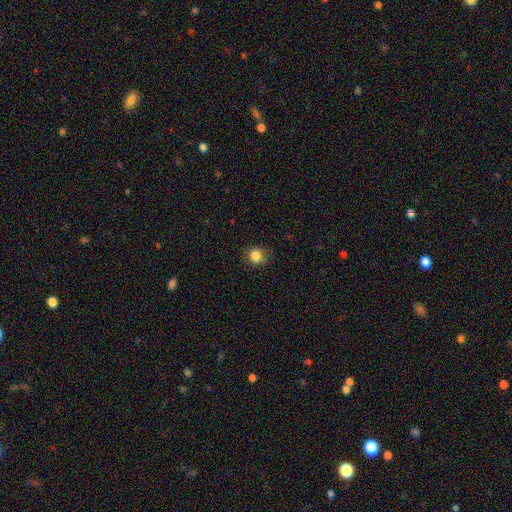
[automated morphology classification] Overall: smooth (85%). How rounded: round (86%). Merging: none (86%).